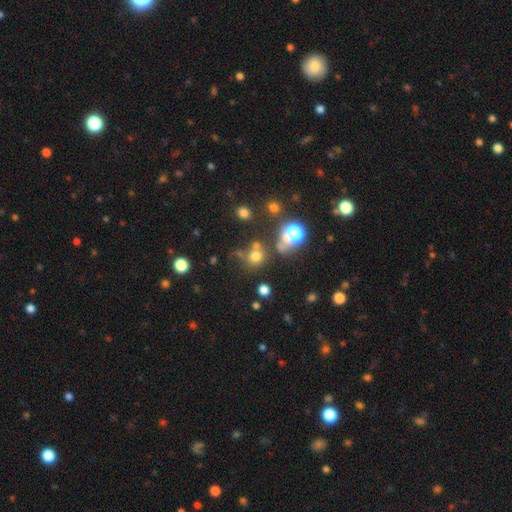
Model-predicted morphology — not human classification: smooth-or-featured: smooth: 61% | star or artifact: 30% | featured or disk: 9%
  how-rounded: round: 86% | in between: 13% | cigar-shaped: 1%
  merging: none: 65% | merger: 17% | minor disturbance: 11% | major disturbance: 7%